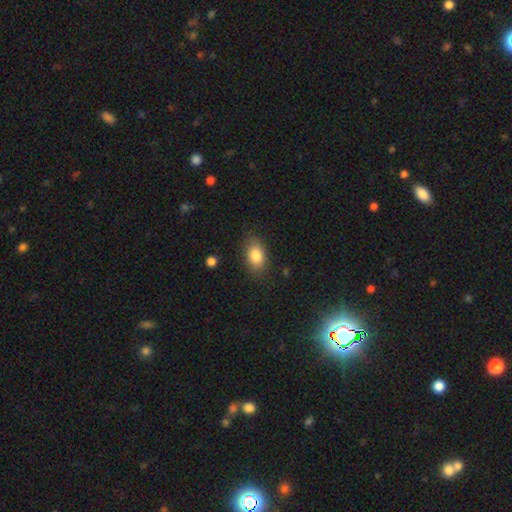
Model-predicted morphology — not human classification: smooth_or_featured: smooth (p=0.83) [alt: featured or disk p=0.09]
how_rounded: in between (p=0.87) [alt: round p=0.11]
merging: none (p=0.82) [alt: minor disturbance p=0.13]